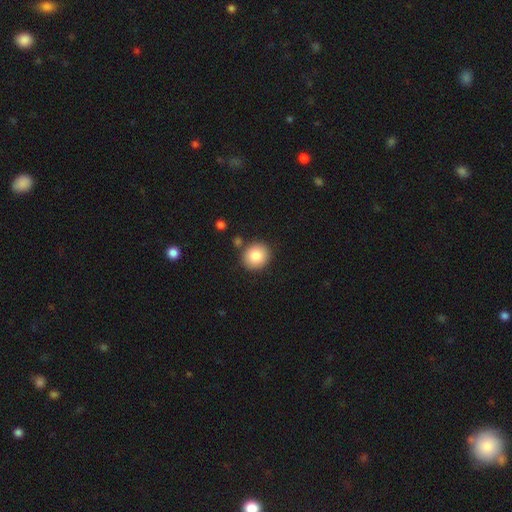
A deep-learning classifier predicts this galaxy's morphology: Smooth or featured? Predicted: smooth (p=0.83). How rounded? Predicted: round (p=0.83). Merging? Predicted: none (p=0.84).